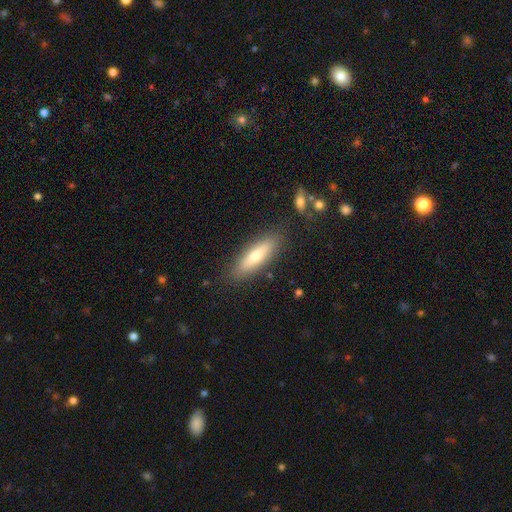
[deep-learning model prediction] The model was most divided on "how rounded": cigar-shaped: 57%, in between: 41%, round: 2%. More confident: merging — none (85%); smooth or featured — smooth (66%).